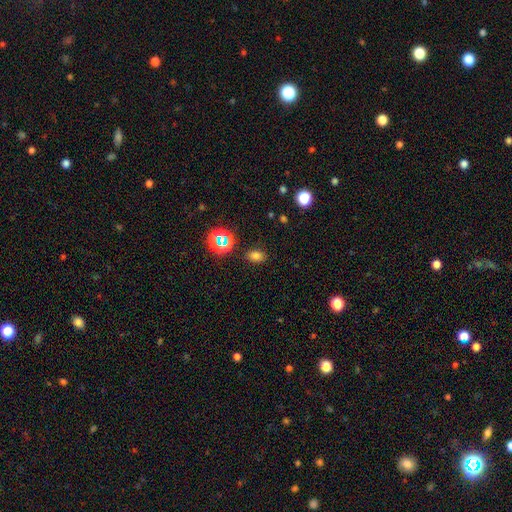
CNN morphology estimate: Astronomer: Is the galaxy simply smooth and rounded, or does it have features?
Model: smooth — 71%.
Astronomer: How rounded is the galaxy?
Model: in between — 78%.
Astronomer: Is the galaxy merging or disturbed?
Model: none — 85%.